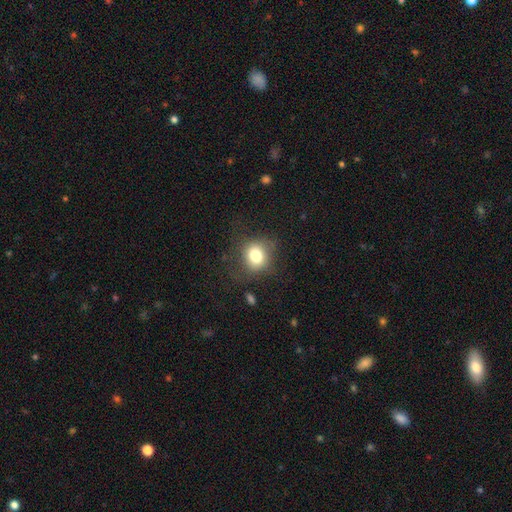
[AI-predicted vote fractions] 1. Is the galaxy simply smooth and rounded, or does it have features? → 78% smooth, 11% star or artifact, 11% featured or disk.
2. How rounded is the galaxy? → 72% round, 27% in between, 1% cigar-shaped.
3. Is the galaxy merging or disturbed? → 66% none, 20% minor disturbance, 12% major disturbance, 2% merger.